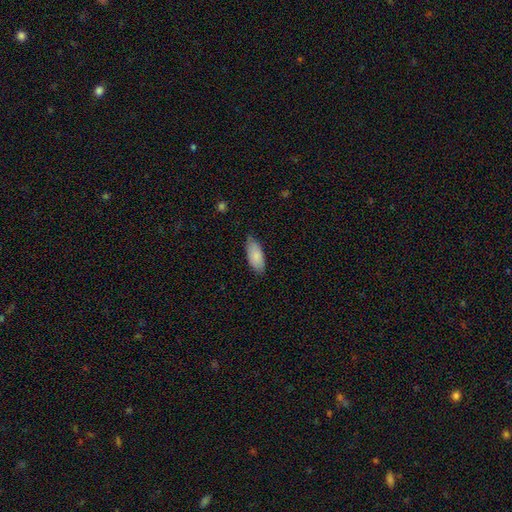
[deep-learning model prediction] smooth_or_featured: smooth (p=0.84) [alt: featured or disk p=0.10]
how_rounded: in between (p=0.88) [alt: cigar-shaped p=0.11]
merging: none (p=0.74) [alt: minor disturbance p=0.22]